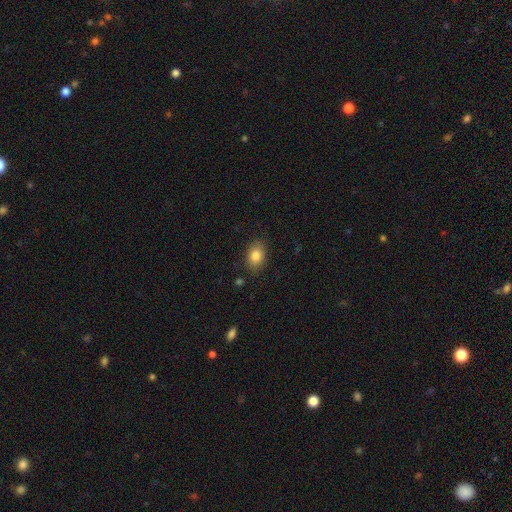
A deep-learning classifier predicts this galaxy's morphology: type=smooth (84%); roundness=in between (78%); merging=none (85%).